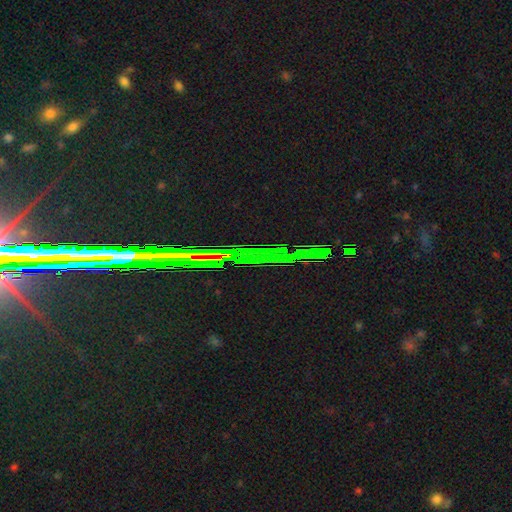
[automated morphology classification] star or artifact 74%, featured or disk 17%, smooth 9%.